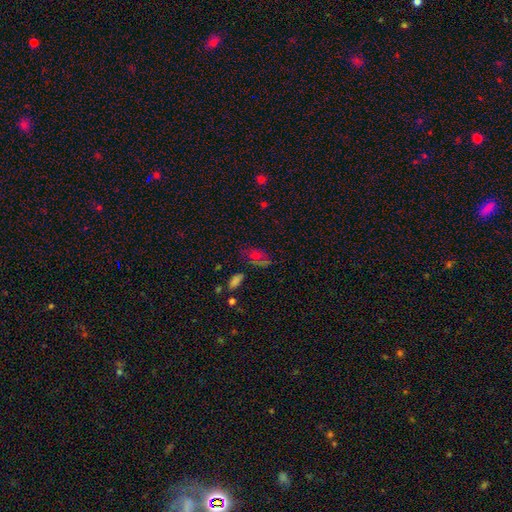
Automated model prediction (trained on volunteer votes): smooth-or-featured: smooth: 52% | star or artifact: 32% | featured or disk: 15%
  how-rounded: in between: 84% | round: 12% | cigar-shaped: 4%
  merging: none: 59% | minor disturbance: 22% | major disturbance: 11% | merger: 7%